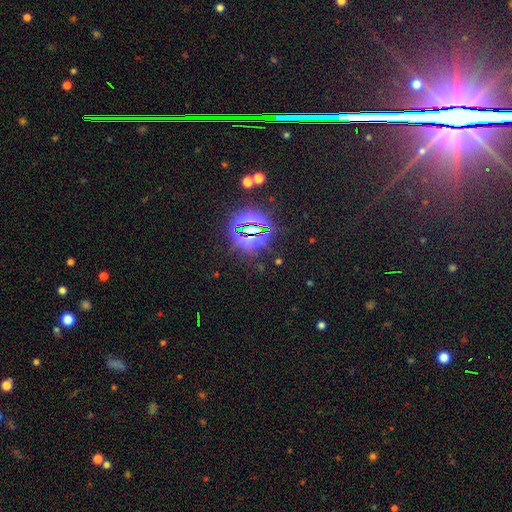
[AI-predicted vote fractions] Smooth or featured?
  - star or artifact: 82% *
  - featured or disk: 9%
  - smooth: 9%